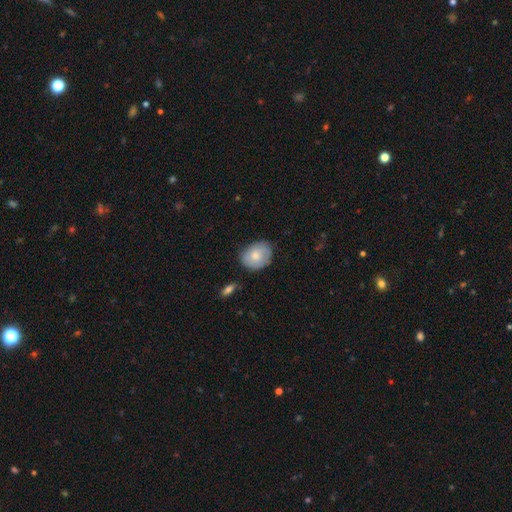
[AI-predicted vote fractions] Smooth or featured? Predicted: smooth (p=0.73). How rounded? Predicted: in between (p=0.54). Merging? Predicted: none (p=0.73).